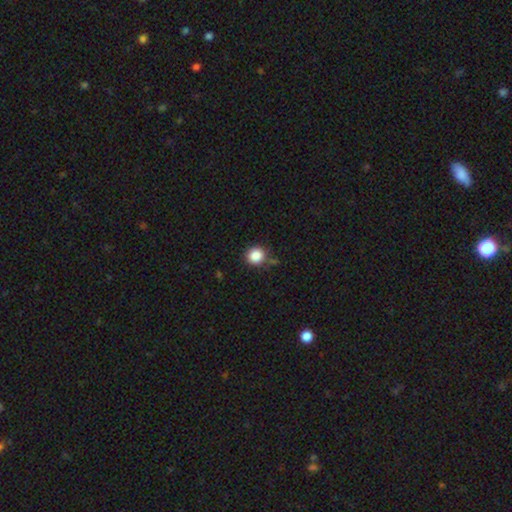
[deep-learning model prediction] smooth 85%, star or artifact 11%, featured or disk 4%. Down the decision tree: how rounded — round (92%); merging — none (79%).